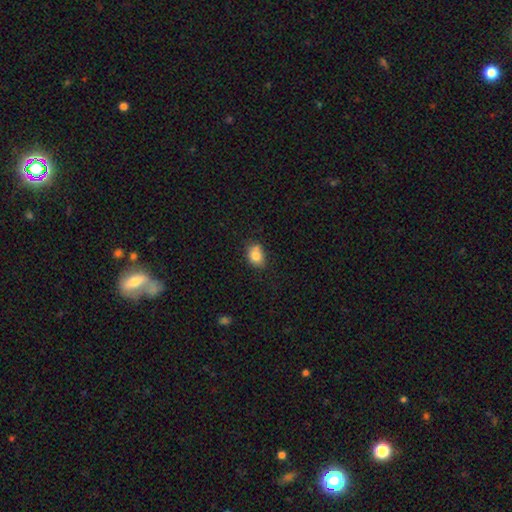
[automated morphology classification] Overall: smooth (80%). How rounded: in between (60%; round 39%). Merging: none (63%; minor disturbance 24%).